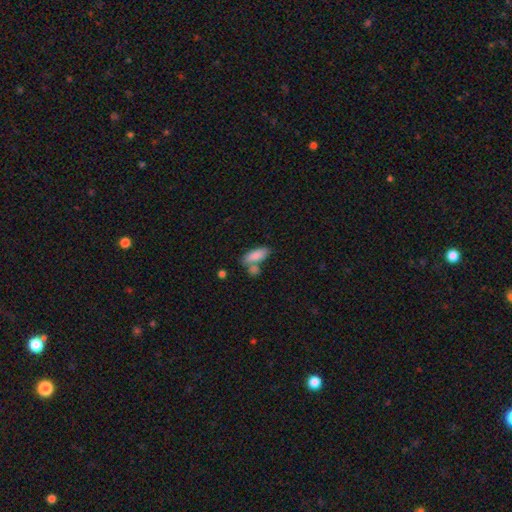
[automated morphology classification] Smooth or featured: smooth — 83% (featured or disk — 10%)
How rounded: in between — 77% (cigar-shaped — 20%)
Merging: none — 51% (merger — 30%)